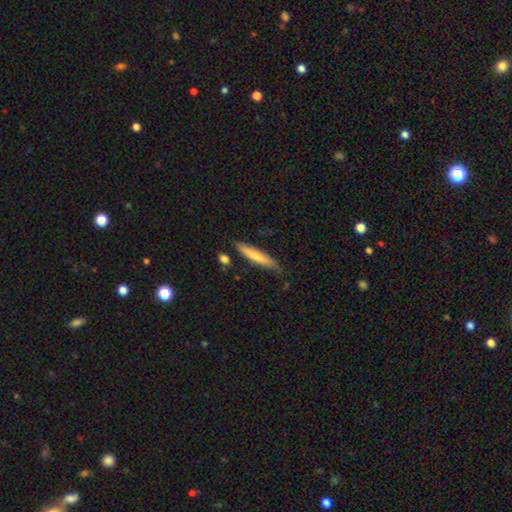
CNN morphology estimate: type=smooth (67%); roundness=cigar-shaped (90%); merging=none (78%).